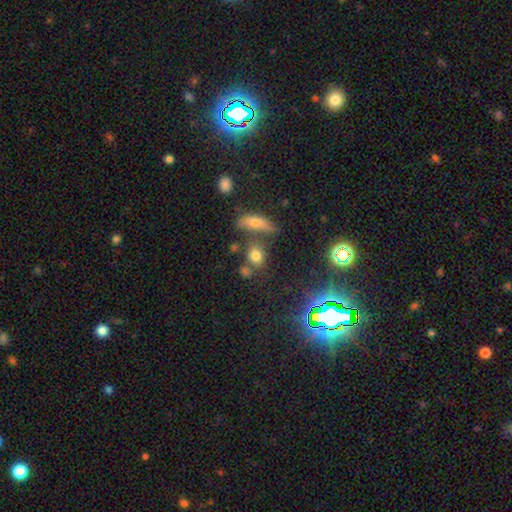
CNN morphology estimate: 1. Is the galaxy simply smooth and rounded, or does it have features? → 73% smooth, 17% star or artifact, 11% featured or disk.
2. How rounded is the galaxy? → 52% in between, 42% round, 6% cigar-shaped.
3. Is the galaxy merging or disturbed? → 58% none, 22% merger, 13% minor disturbance, 6% major disturbance.